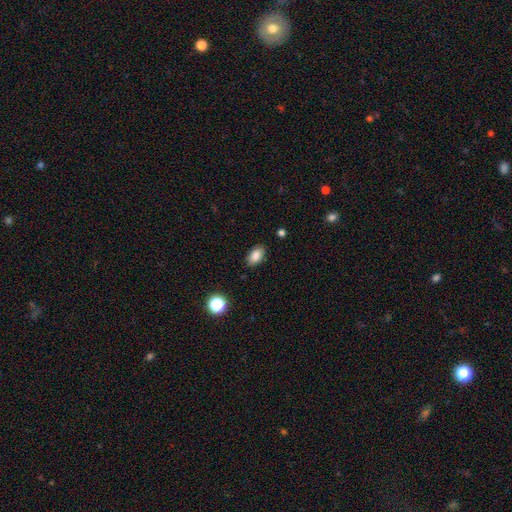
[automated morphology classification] Smooth or featured: smooth — 86% (star or artifact — 9%)
How rounded: in between — 91% (round — 7%)
Merging: none — 86% (minor disturbance — 10%)